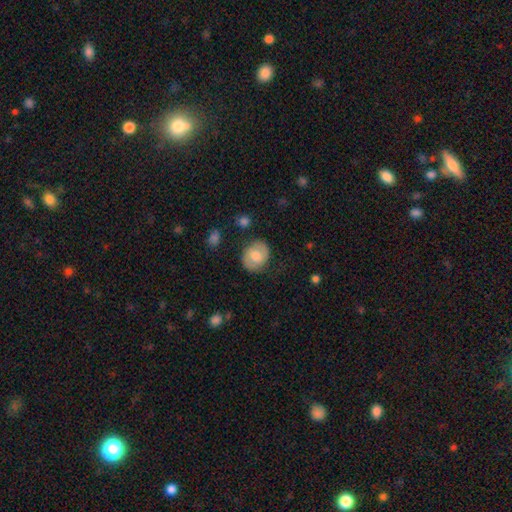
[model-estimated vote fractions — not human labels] This is likely a smooth galaxy (63%). How rounded: possibly round (60%). Merging: clearly none (81%).